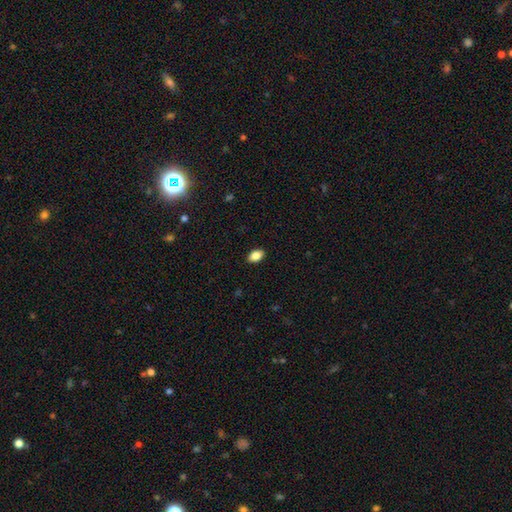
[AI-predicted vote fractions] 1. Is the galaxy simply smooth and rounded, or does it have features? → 85% smooth, 8% star or artifact, 7% featured or disk.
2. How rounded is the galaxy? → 89% in between, 9% round, 2% cigar-shaped.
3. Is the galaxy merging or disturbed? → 89% none, 8% minor disturbance, 2% major disturbance, 1% merger.